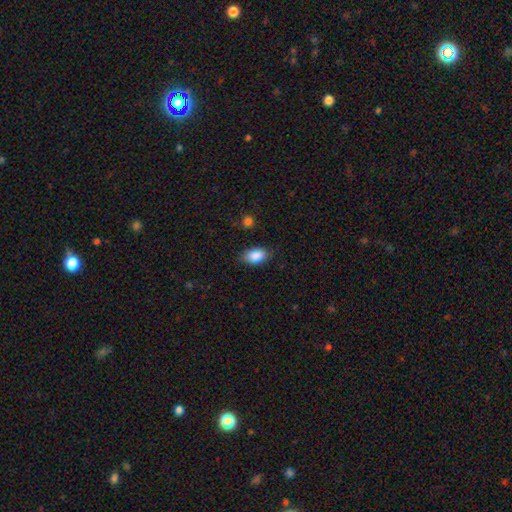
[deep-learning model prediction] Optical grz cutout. It shows a smooth galaxy with no disk features (88%) that is in between round and cigar-shaped (92%). Merging: none (83%).